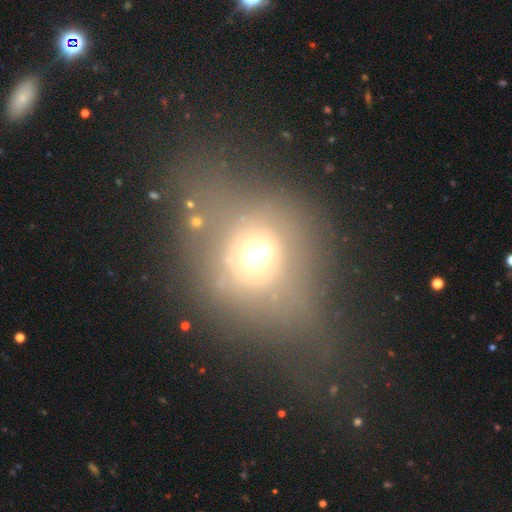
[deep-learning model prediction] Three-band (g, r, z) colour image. It shows a smooth galaxy with no disk features (56%) that is round (68%). Merging: none (46%).